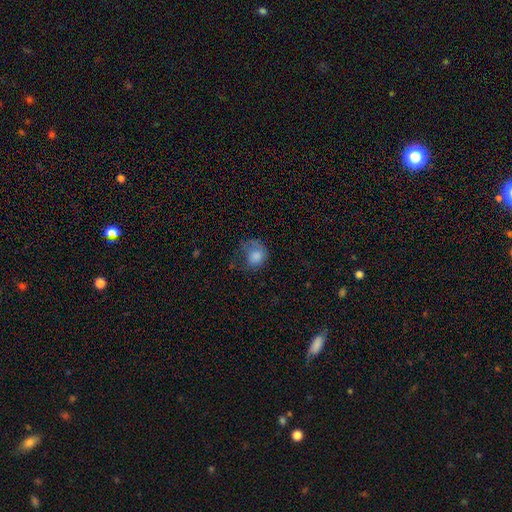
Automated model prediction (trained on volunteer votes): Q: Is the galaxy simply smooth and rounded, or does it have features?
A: smooth — 73%.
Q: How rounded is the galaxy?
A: round — 68%.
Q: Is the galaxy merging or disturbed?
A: major disturbance — 39%.